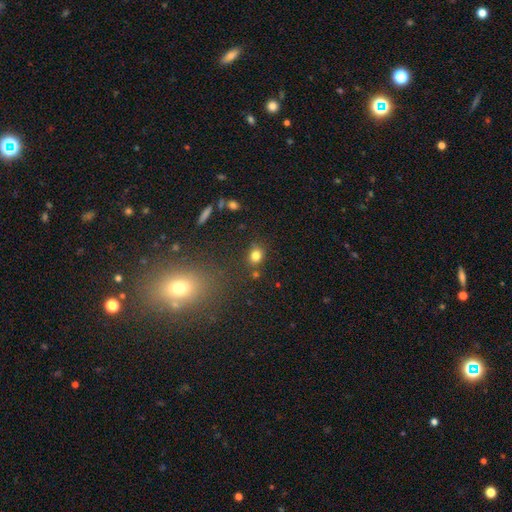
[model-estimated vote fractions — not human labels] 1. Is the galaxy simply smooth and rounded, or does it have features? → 80% smooth, 13% star or artifact, 7% featured or disk.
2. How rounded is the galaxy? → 62% round, 37% in between, 1% cigar-shaped.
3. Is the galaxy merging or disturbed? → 79% none, 11% minor disturbance, 7% merger, 3% major disturbance.